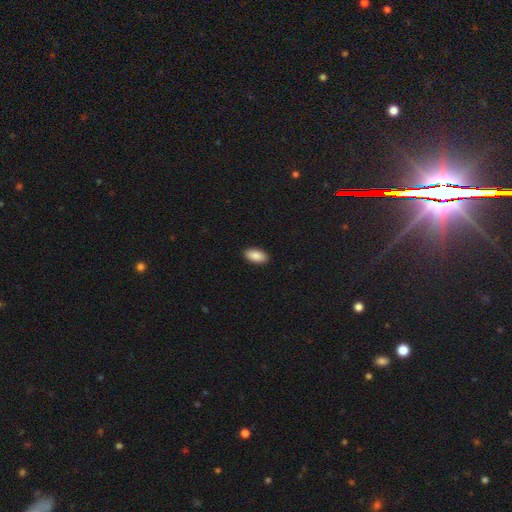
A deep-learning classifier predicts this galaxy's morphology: smooth-or-featured: smooth: 89% | star or artifact: 6% | featured or disk: 5%
  how-rounded: in between: 93% | cigar-shaped: 4% | round: 2%
  merging: none: 91% | minor disturbance: 6% | major disturbance: 2% | merger: 1%